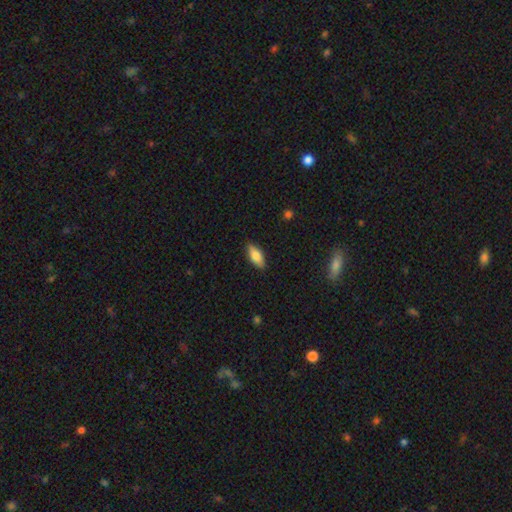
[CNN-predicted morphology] This appears to be a smooth galaxy with no disk features (75%) that is in between round and cigar-shaped (78%). Merging: none (88%).